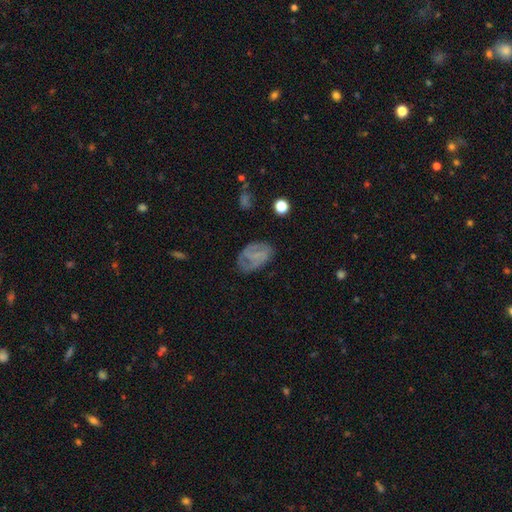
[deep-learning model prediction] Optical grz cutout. It shows a featured or disk galaxy (61%) with no bar (46%), spiral arms (84%) and no central bulge (58%). Merging: none (65%).